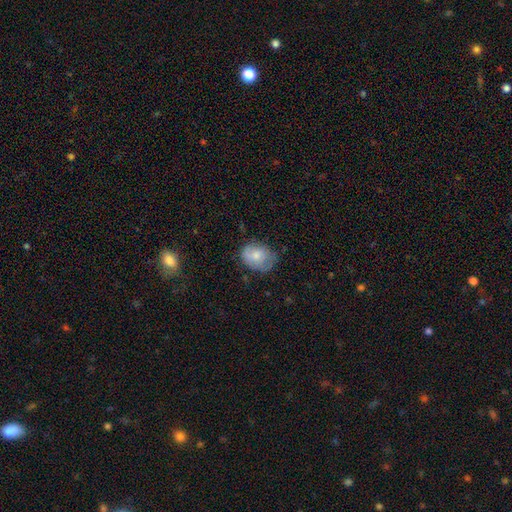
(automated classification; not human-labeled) smooth-or-featured: smooth: 70% | featured or disk: 22% | star or artifact: 7%
  how-rounded: in between: 62% | round: 37% | cigar-shaped: 1%
  merging: none: 59% | minor disturbance: 30% | major disturbance: 9% | merger: 2%